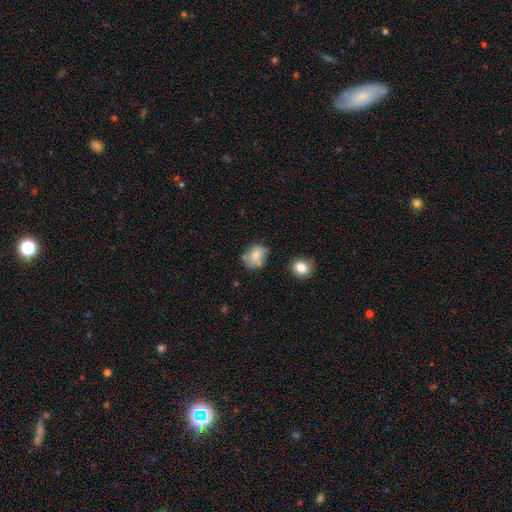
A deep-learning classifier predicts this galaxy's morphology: Smooth or featured? smooth (73%)
How rounded? in between (50%)
Merging? none (61%)